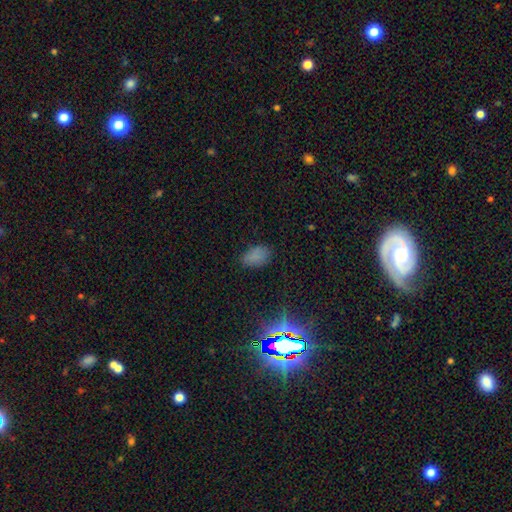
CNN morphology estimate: This appears to be a smooth galaxy with no disk features (78%) that is in between round and cigar-shaped (92%). Merging: none (80%).